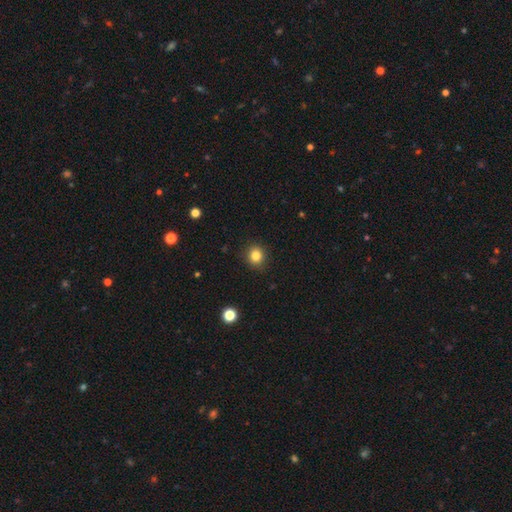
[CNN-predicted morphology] The model was most divided on "how rounded": round: 84%, in between: 15%, cigar-shaped: 1%. More confident: merging — none (90%); smooth or featured — smooth (83%).